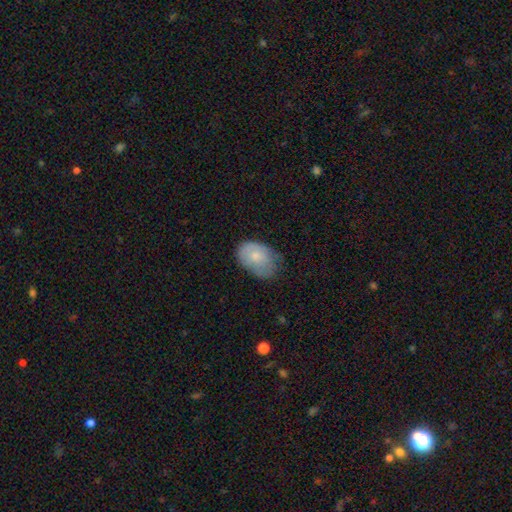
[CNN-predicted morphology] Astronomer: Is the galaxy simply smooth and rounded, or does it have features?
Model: smooth — 73%.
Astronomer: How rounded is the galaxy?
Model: in between — 83%.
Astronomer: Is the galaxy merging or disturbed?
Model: none — 51% (runner-up: minor disturbance, 37%).